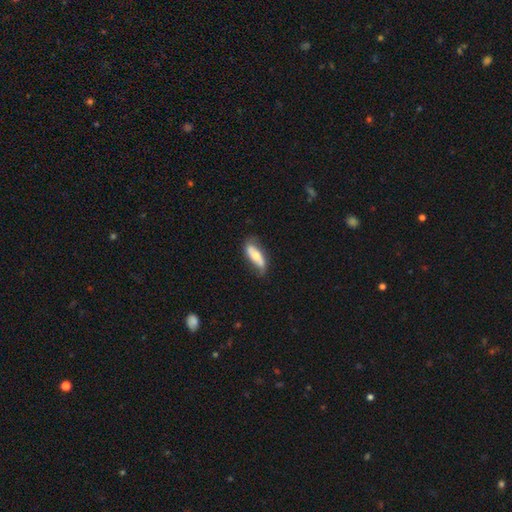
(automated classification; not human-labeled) Smooth or featured: smooth — 50% (featured or disk — 44%)
How rounded: in between — 65% (cigar-shaped — 33%)
Merging: none — 56% (minor disturbance — 31%)